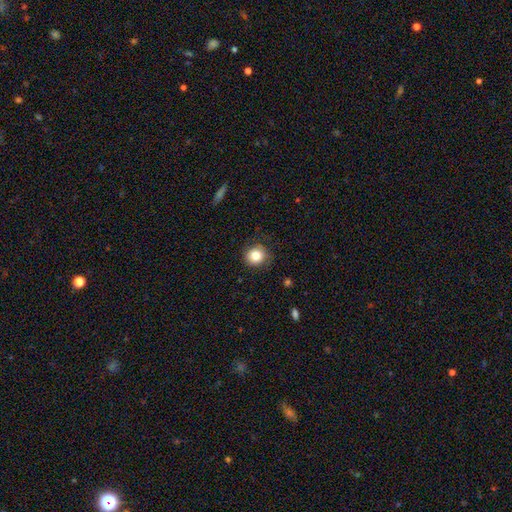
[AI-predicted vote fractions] A smooth galaxy with no disk features (82%) that is round (89%).

Vote fractions:
- Smooth or featured? smooth: 82% / star or artifact: 10% / featured or disk: 8%
- How rounded? round: 89% / in between: 10% / cigar-shaped: 1%
- Merging? none: 84% / minor disturbance: 11% / major disturbance: 3% / merger: 1%